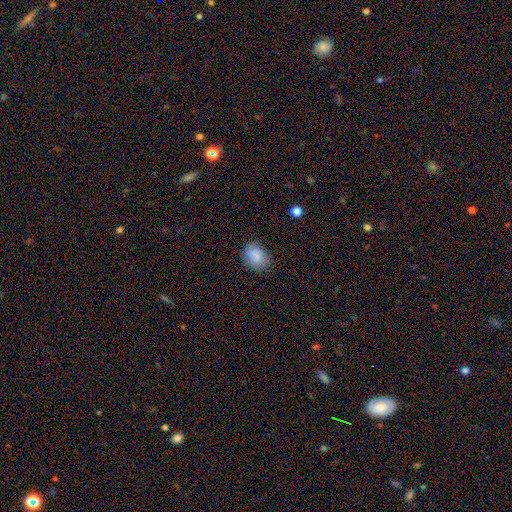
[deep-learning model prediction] This is clearly a smooth galaxy (84%). How rounded: likely in between (68%). Merging: likely none (75%).